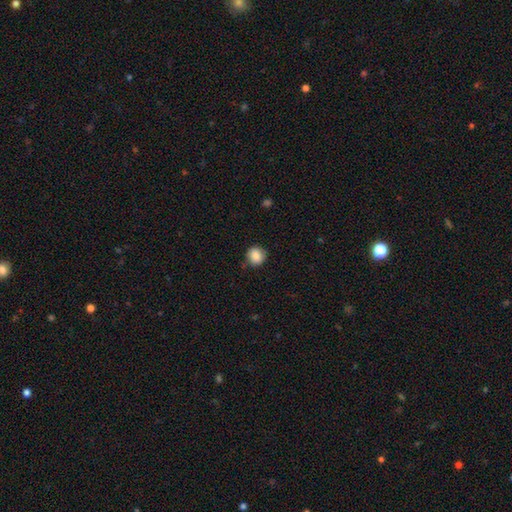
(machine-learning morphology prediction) A smooth galaxy with no disk features (86%) that is round (89%).

Vote fractions:
- Smooth or featured? smooth: 86% / star or artifact: 9% / featured or disk: 5%
- How rounded? round: 89% / in between: 10% / cigar-shaped: 1%
- Merging? none: 83% / minor disturbance: 13% / major disturbance: 3% / merger: 2%